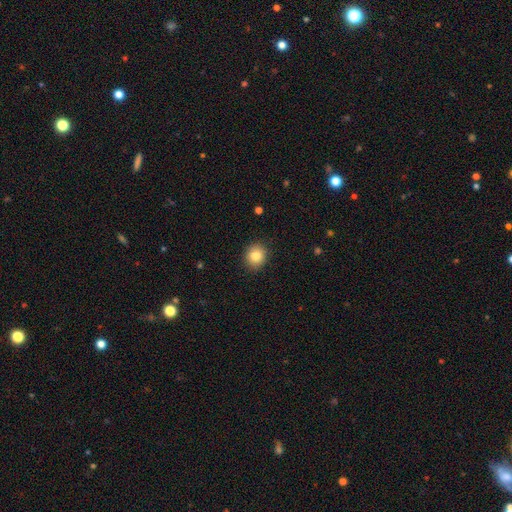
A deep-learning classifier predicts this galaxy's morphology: A smooth galaxy with no disk features (83%) that is round (80%).

Vote fractions:
- Smooth or featured? smooth: 83% / star or artifact: 10% / featured or disk: 7%
- How rounded? round: 80% / in between: 20% / cigar-shaped: 1%
- Merging? none: 90% / minor disturbance: 7% / major disturbance: 2% / merger: 1%